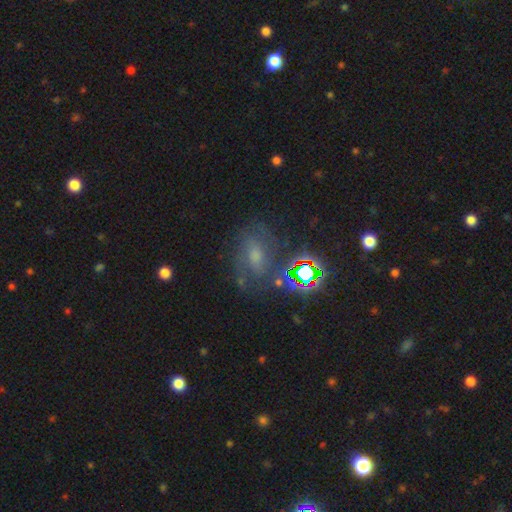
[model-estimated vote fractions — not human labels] This is possibly a featured or disk galaxy (47%). Merging: likely none (61%).